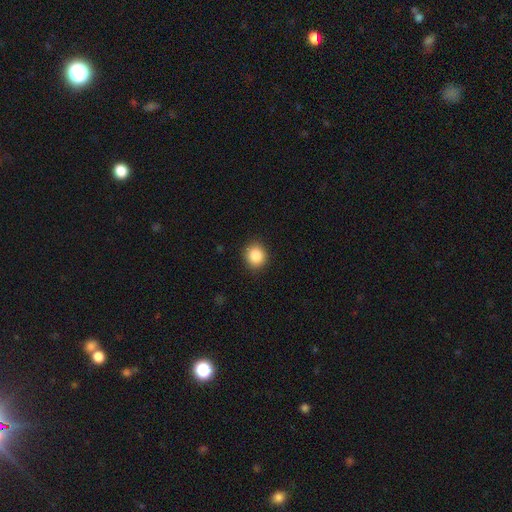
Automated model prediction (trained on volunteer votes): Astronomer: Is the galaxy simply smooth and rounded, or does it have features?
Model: smooth — 86%.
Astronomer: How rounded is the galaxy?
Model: round — 83%.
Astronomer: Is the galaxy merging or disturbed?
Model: none — 90%.